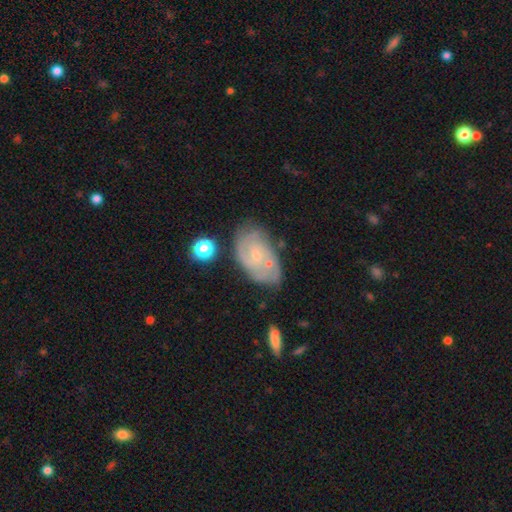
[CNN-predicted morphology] Smooth or featured: featured or disk — 74% (smooth — 19%)
Edge-on disk: no — 96% (yes — 4%)
Bar: no — 64% (weak — 31%)
Spiral arms: yes — 90% (no — 10%)
Spiral winding: tight — 57% (medium — 33%)
Spiral arm count: 2 — 41% (can't tell — 33%)
Bulge size: small — 70% (moderate — 23%)
Merging: none — 63% (minor disturbance — 22%)